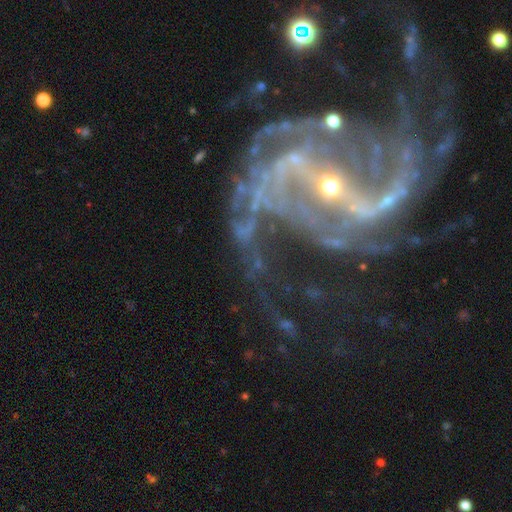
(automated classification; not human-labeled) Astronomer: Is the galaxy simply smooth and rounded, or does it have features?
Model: featured or disk — 90%.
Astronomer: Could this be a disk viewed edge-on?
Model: no — 97%.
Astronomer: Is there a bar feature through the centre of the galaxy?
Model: strong — 61%.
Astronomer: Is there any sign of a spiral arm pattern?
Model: yes — 97%.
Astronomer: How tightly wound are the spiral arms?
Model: medium — 45% (runner-up: loose, 32%).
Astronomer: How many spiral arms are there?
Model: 2 — 50%.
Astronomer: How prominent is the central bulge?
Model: small — 78%.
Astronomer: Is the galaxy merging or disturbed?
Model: none — 47% (runner-up: major disturbance, 31%).